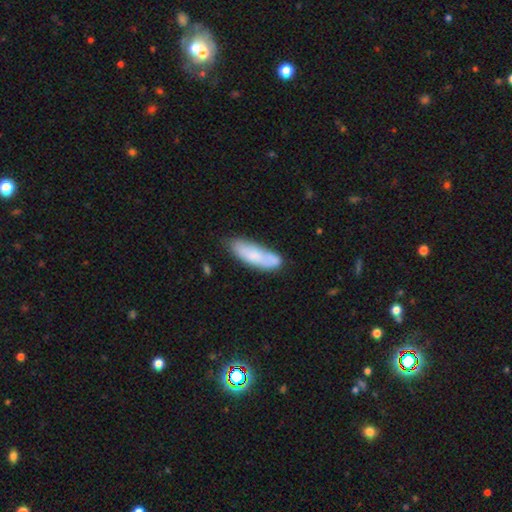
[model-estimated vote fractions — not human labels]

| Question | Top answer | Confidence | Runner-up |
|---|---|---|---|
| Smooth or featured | smooth | 73% | featured or disk (20%) |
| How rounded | in between | 54% | cigar-shaped (45%) |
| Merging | none | 64% | minor disturbance (24%) |